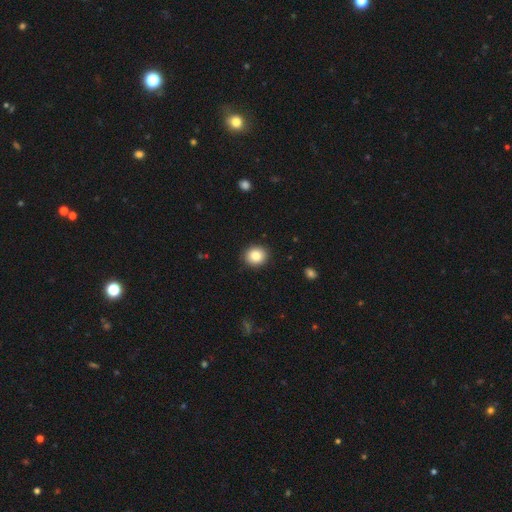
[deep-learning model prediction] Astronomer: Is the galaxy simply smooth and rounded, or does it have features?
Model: smooth — 84%.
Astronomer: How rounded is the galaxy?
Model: round — 78%.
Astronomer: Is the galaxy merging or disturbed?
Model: none — 90%.